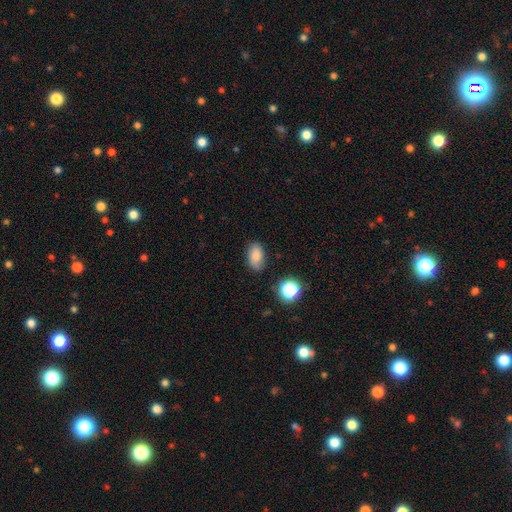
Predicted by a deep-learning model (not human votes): Overall: smooth (79%). How rounded: in between (87%). Merging: none (78%).